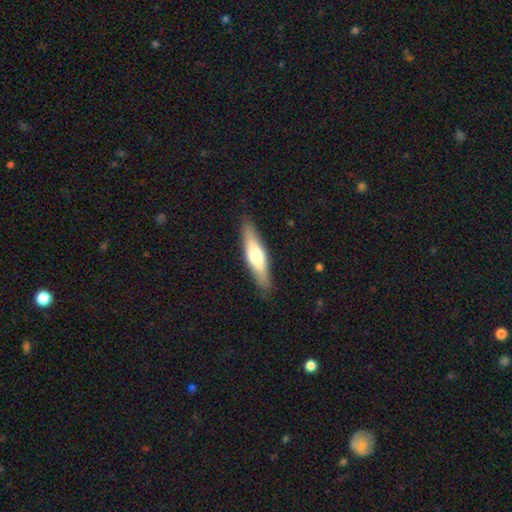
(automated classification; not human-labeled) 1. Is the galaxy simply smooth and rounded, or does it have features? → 52% smooth, 43% featured or disk, 6% star or artifact.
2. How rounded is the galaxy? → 67% cigar-shaped, 31% in between, 2% round.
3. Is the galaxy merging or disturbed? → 86% none, 10% minor disturbance, 2% major disturbance, 1% merger.